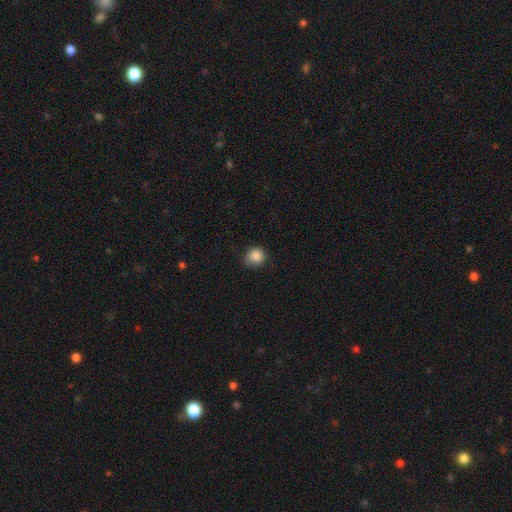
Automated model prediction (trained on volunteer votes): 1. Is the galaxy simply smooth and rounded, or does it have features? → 86% smooth, 10% star or artifact, 4% featured or disk.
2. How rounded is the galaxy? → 83% round, 16% in between, 1% cigar-shaped.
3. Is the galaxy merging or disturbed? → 75% none, 20% minor disturbance, 4% major disturbance, 1% merger.